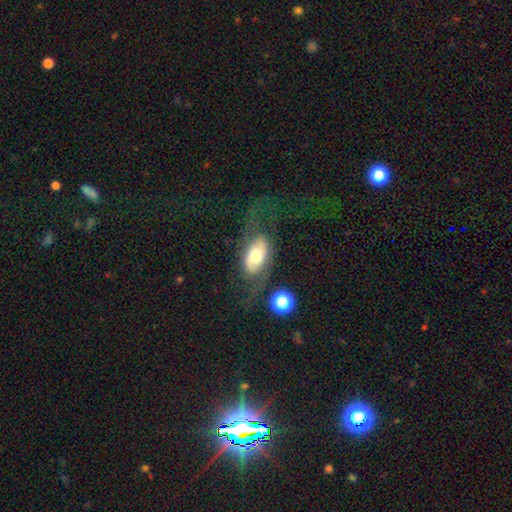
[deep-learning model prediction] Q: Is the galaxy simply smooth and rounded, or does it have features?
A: featured or disk — 50%.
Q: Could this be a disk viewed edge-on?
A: no — 87%.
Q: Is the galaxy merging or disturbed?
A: none — 57%.